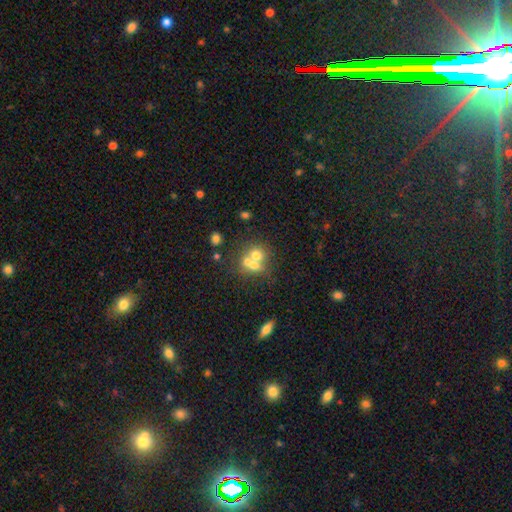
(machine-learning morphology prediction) Overall: smooth (58%; featured or disk 27%). How rounded: round (70%). Merging: merger (59%; none 30%).